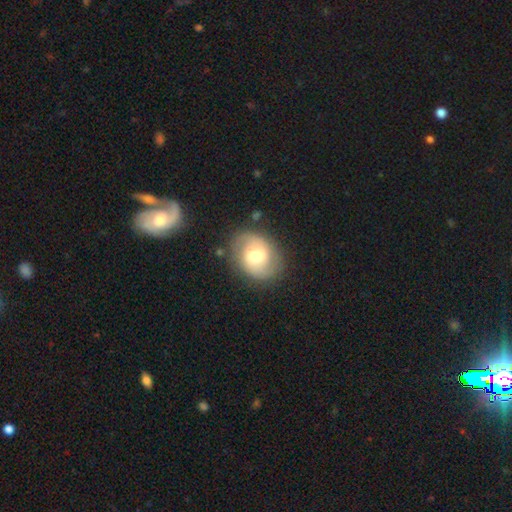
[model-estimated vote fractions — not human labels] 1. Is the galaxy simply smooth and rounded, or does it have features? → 56% featured or disk, 37% smooth, 7% star or artifact.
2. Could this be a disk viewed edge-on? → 97% no, 3% yes.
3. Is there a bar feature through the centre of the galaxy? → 49% weak, 32% no, 19% strong.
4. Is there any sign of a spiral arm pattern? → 74% yes, 26% no.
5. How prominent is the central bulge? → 65% moderate, 18% large, 14% small, 2% dominant, 1% none.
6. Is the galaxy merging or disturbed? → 78% none, 14% minor disturbance, 6% major disturbance, 2% merger.